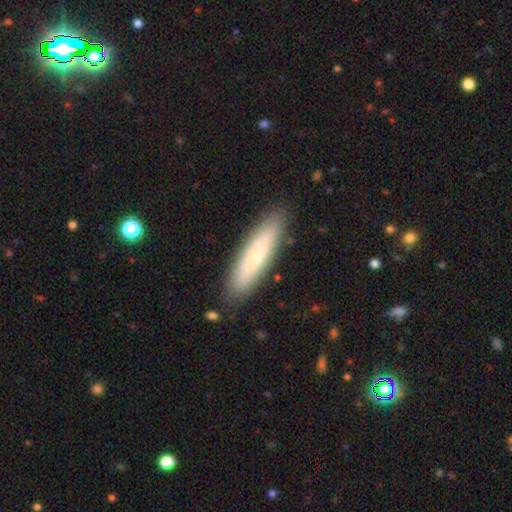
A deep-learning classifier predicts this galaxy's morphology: Smooth or featured? smooth (68%)
How rounded? cigar-shaped (77%)
Merging? none (88%)